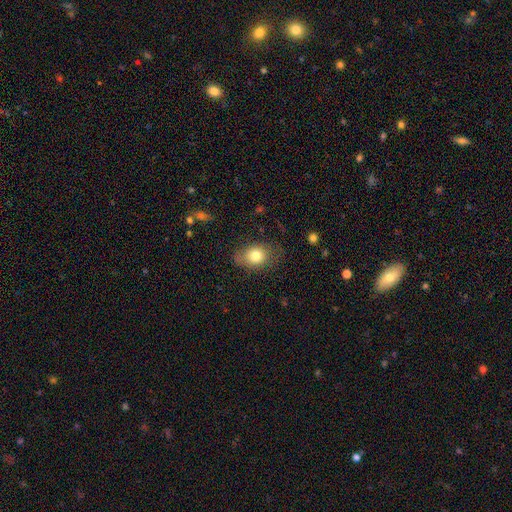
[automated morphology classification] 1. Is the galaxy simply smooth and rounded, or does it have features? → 77% smooth, 13% featured or disk, 9% star or artifact.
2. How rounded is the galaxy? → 70% in between, 28% round, 2% cigar-shaped.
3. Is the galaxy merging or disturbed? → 67% none, 23% minor disturbance, 8% major disturbance, 2% merger.